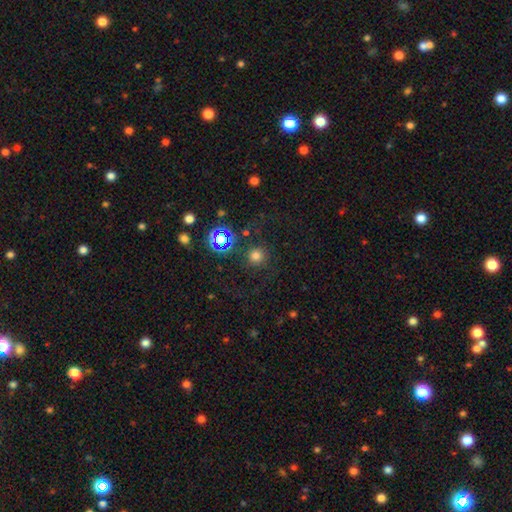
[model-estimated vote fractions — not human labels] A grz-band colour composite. It shows a smooth galaxy with no disk features (70%) that is round (94%). Merging: none (83%).